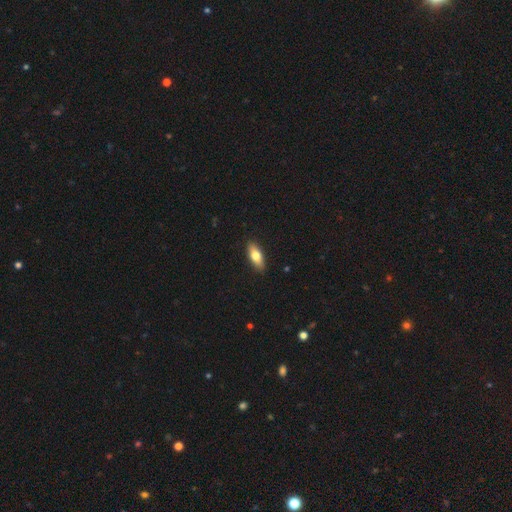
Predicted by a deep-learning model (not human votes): Q: Smooth or featured?
A: smooth (72%); runner-up: featured or disk (22%)
Q: How rounded?
A: in between (72%); runner-up: cigar-shaped (25%)
Q: Merging?
A: none (89%); runner-up: minor disturbance (8%)